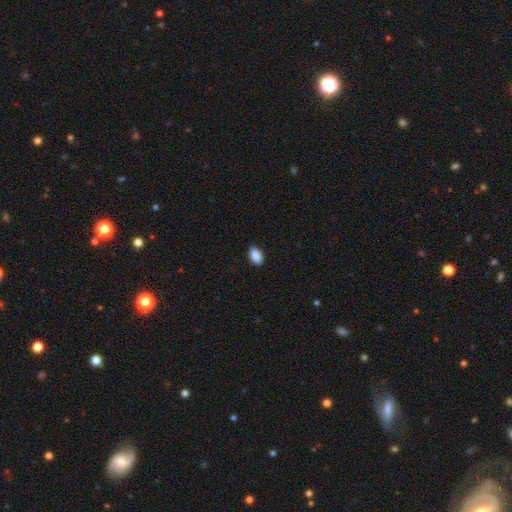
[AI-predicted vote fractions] smooth_or_featured: smooth (p=0.90) [alt: star or artifact p=0.07]
how_rounded: in between (p=0.93) [alt: round p=0.04]
merging: none (p=0.88) [alt: minor disturbance p=0.09]